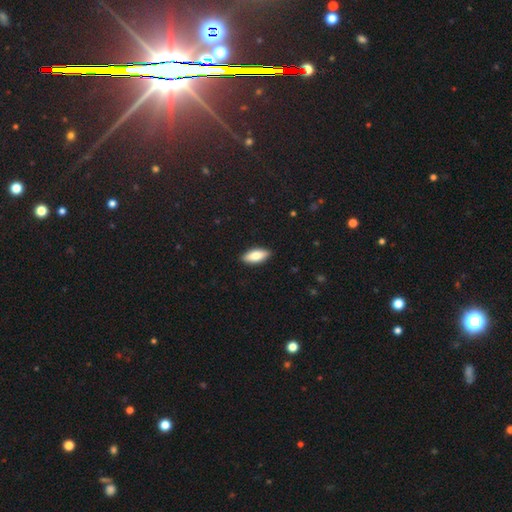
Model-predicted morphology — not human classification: Q: Smooth or featured?
A: smooth (78%); runner-up: featured or disk (16%)
Q: How rounded?
A: in between (80%); runner-up: cigar-shaped (18%)
Q: Merging?
A: none (90%); runner-up: minor disturbance (8%)